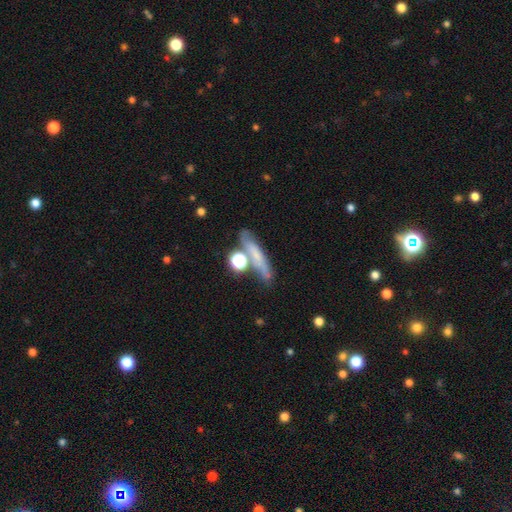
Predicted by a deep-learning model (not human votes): Smooth or featured? smooth (56%)
How rounded? cigar-shaped (64%)
Merging? none (59%)